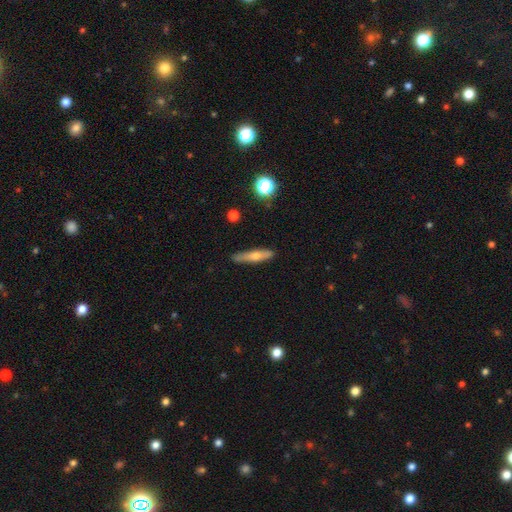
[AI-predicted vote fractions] This is possibly a smooth galaxy (50%). Merging: clearly none (87%).